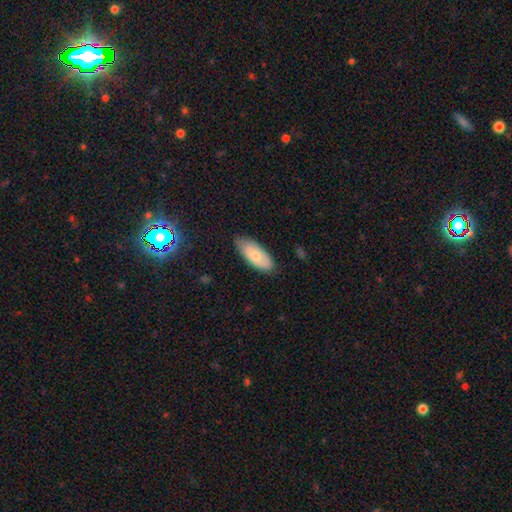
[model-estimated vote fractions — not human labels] smooth_or_featured: smooth (p=0.71) [alt: featured or disk p=0.23]
how_rounded: in between (p=0.87) [alt: cigar-shaped p=0.11]
merging: none (p=0.73) [alt: minor disturbance p=0.22]